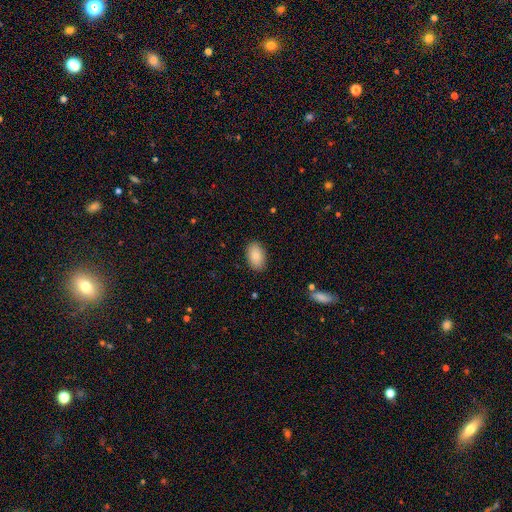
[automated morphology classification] Smooth or featured? smooth (84%)
How rounded? in between (92%)
Merging? none (88%)